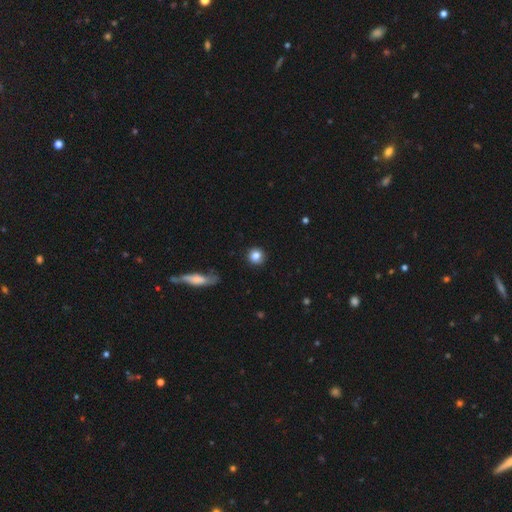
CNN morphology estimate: smooth-or-featured: smooth: 84% | star or artifact: 9% | featured or disk: 7%
  how-rounded: round: 90% | in between: 8% | cigar-shaped: 1%
  merging: none: 88% | minor disturbance: 8% | major disturbance: 2% | merger: 2%